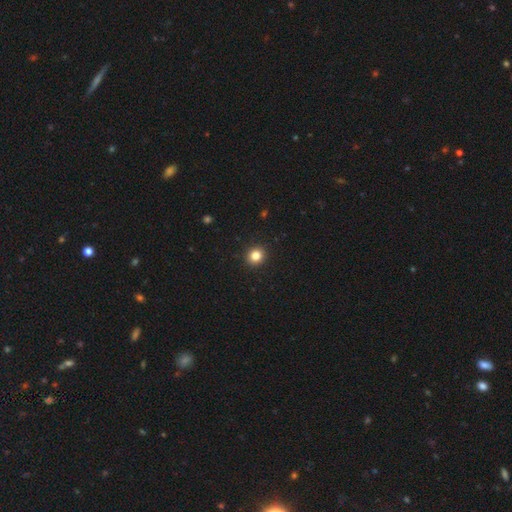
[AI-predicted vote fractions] Smooth or featured? smooth (84%)
How rounded? round (86%)
Merging? none (93%)